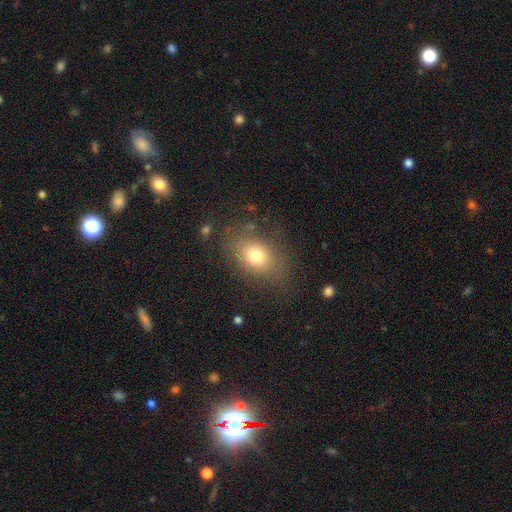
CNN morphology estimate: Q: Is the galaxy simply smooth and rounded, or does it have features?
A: smooth — 74%.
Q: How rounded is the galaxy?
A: in between — 72%.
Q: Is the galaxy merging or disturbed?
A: none — 75%.